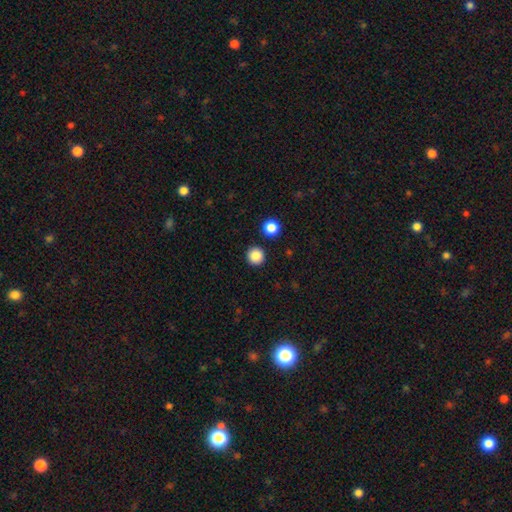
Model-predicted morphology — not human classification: Smooth or featured? Predicted: smooth (p=0.86). How rounded? Predicted: round (p=0.95). Merging? Predicted: none (p=0.92).